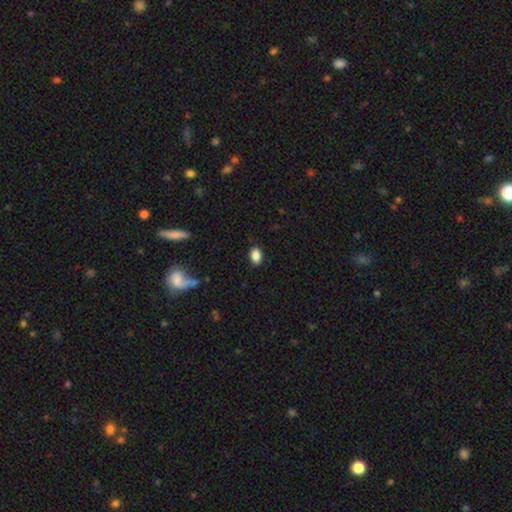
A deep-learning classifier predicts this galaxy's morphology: Q: Smooth or featured?
A: smooth (87%); runner-up: star or artifact (9%)
Q: How rounded?
A: in between (85%); runner-up: round (13%)
Q: Merging?
A: none (86%); runner-up: minor disturbance (11%)